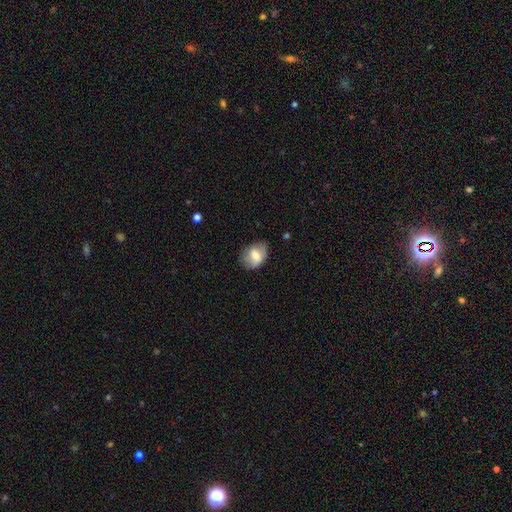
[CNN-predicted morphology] The model was most divided on "how rounded": in between: 66%, round: 33%, cigar-shaped: 1%. More confident: smooth or featured — smooth (65%); merging — none (65%).